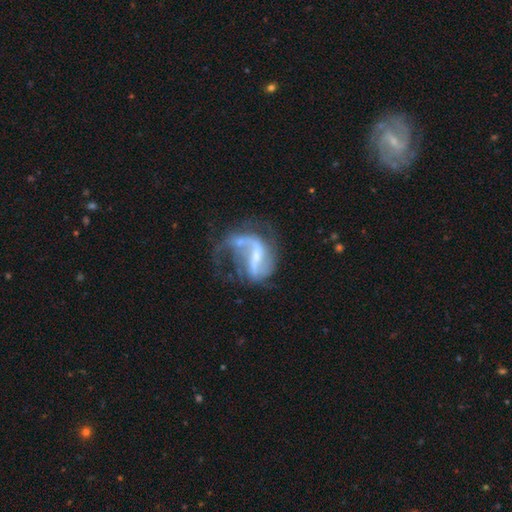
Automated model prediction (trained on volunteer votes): Smooth or featured?
  - featured or disk: 82% *
  - smooth: 10%
  - star or artifact: 7%
Edge-on disk?
  - no: 97% *
  - yes: 3%
Bar?
  - weak: 44% *
  - strong: 39%
  - no: 18%
Spiral arms?
  - yes: 86% *
  - no: 14%
Spiral winding?
  - loose: 60% *
  - medium: 31%
  - tight: 9%
Spiral arm count?
  - 2: 57% *
  - 1: 28%
  - can't tell: 9%
  - 3: 3%
  - 4: 2%
  - more than 4: 2%
Bulge size?
  - small: 51% *
  - moderate: 27%
  - none: 18%
  - large: 3%
  - dominant: 1%
Merging?
  - major disturbance: 41% *
  - none: 31%
  - minor disturbance: 17%
  - merger: 10%